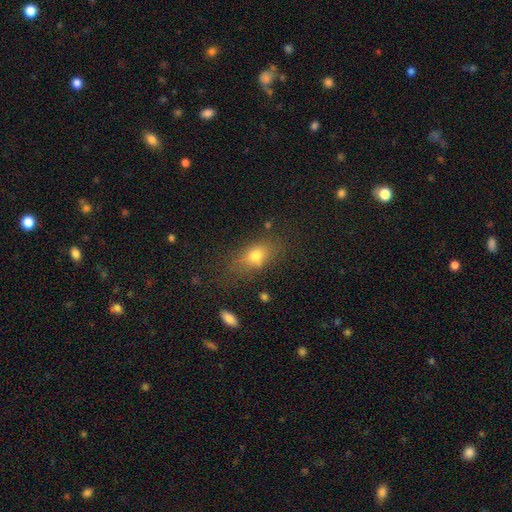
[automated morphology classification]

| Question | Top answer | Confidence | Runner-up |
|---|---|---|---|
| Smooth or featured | smooth | 72% | featured or disk (15%) |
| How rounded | in between | 74% | round (16%) |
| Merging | none | 69% | minor disturbance (19%) |